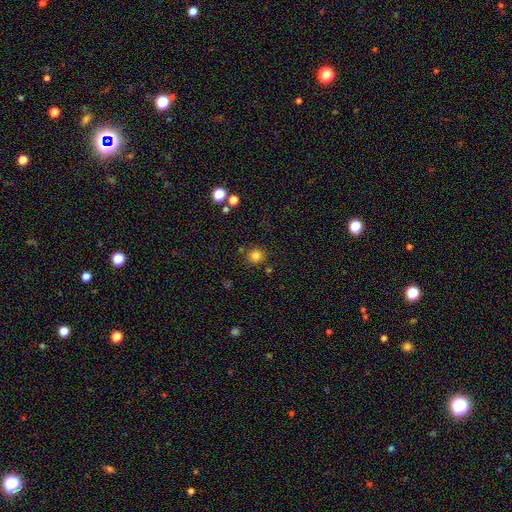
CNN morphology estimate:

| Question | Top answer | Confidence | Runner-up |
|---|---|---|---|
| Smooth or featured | smooth | 81% | star or artifact (13%) |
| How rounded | round | 92% | in between (7%) |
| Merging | none | 85% | minor disturbance (8%) |